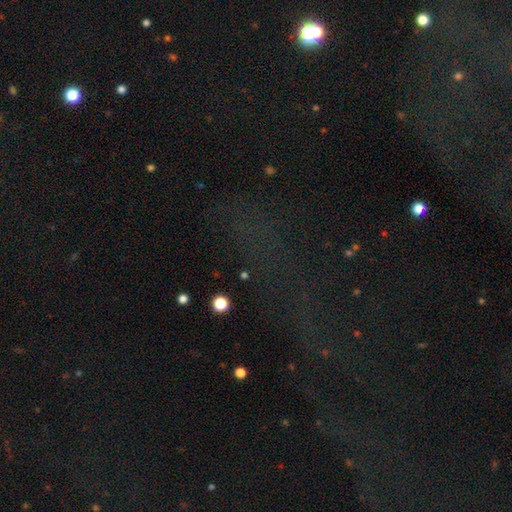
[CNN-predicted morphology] A star or artifact, not a galaxy (72%).